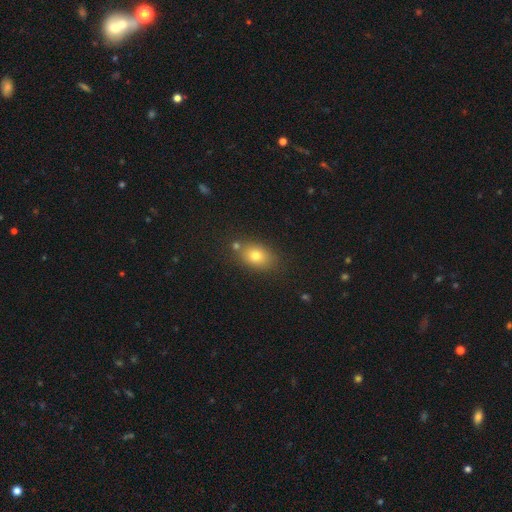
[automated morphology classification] This appears to be a smooth galaxy with no disk features (77%) that is in between round and cigar-shaped (70%). Merging: none (72%).